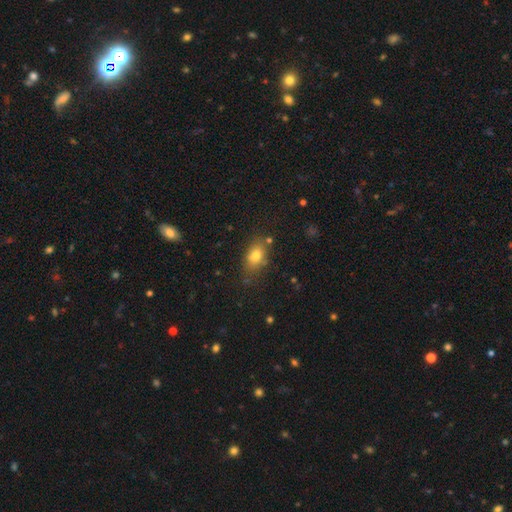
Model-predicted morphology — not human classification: This appears to be a smooth galaxy with no disk features (77%) that is in between round and cigar-shaped (80%). Merging: none (73%).